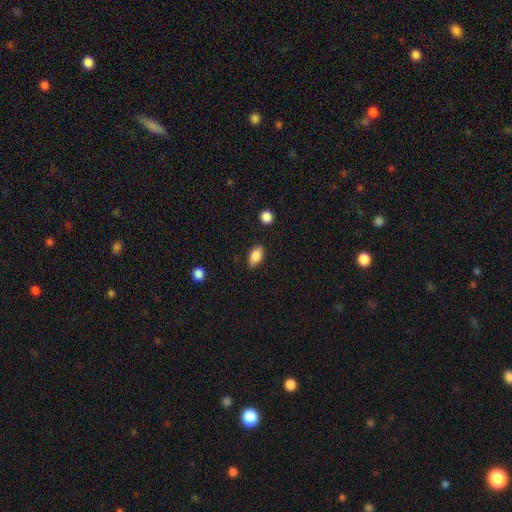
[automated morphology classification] smooth 86%, star or artifact 7%, featured or disk 6%. Down the decision tree: how rounded — in between (90%); merging — none (84%).